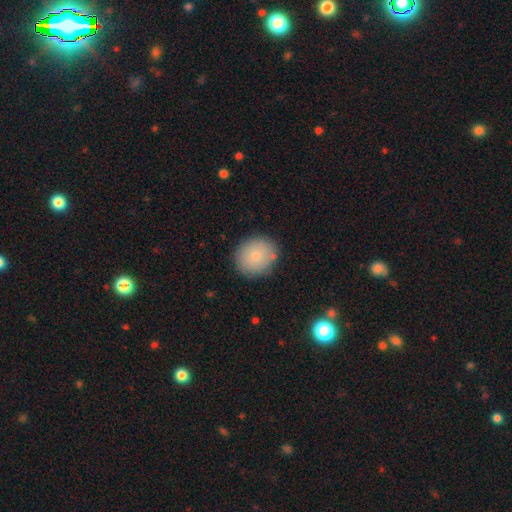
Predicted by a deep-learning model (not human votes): The model was most divided on "how rounded": round: 82%, in between: 17%, cigar-shaped: 1%. More confident: merging — none (83%); smooth or featured — smooth (81%).